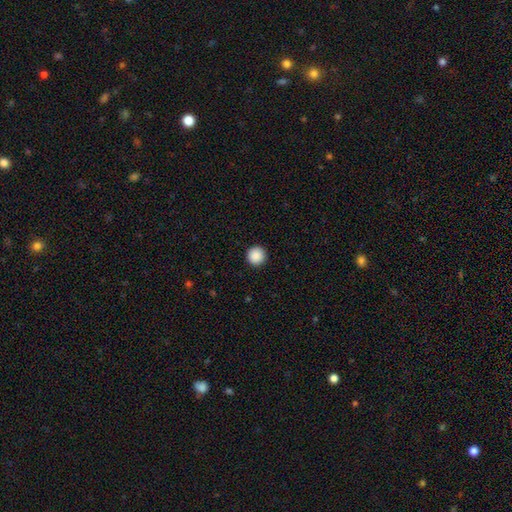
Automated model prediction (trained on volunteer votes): Q: Smooth or featured?
A: smooth (89%); runner-up: star or artifact (8%)
Q: How rounded?
A: round (97%); runner-up: in between (2%)
Q: Merging?
A: none (94%); runner-up: minor disturbance (4%)